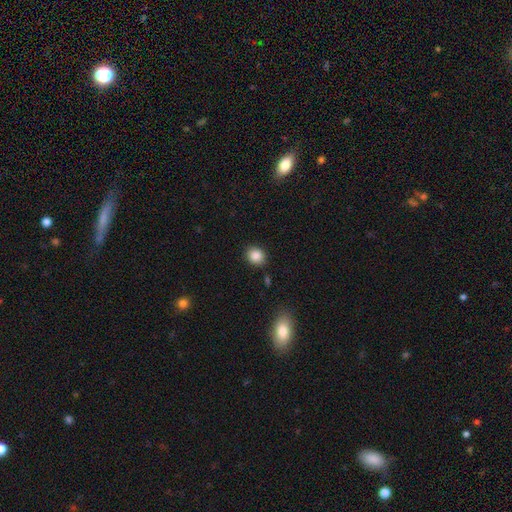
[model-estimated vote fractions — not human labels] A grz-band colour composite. It shows a smooth galaxy with no disk features (87%) that is round (63%). Merging: none (87%).